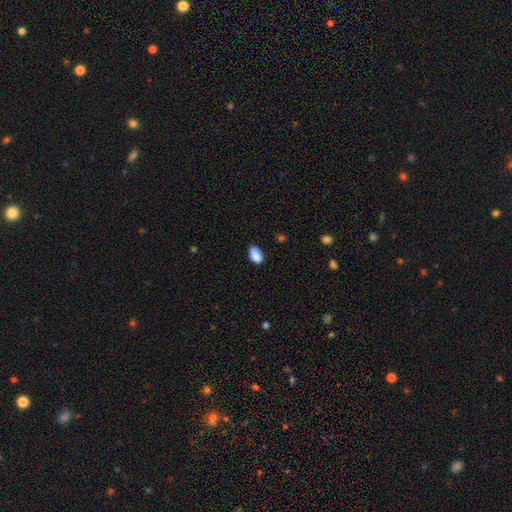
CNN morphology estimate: Smooth or featured: smooth — 88% (star or artifact — 8%)
How rounded: in between — 92% (round — 5%)
Merging: none — 74% (minor disturbance — 20%)